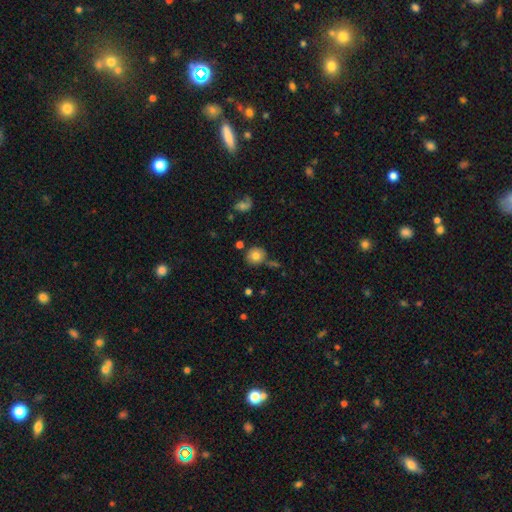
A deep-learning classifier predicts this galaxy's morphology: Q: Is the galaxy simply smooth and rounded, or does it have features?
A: smooth — 78%.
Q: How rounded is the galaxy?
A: round — 86%.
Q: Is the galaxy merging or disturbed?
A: none — 75%.